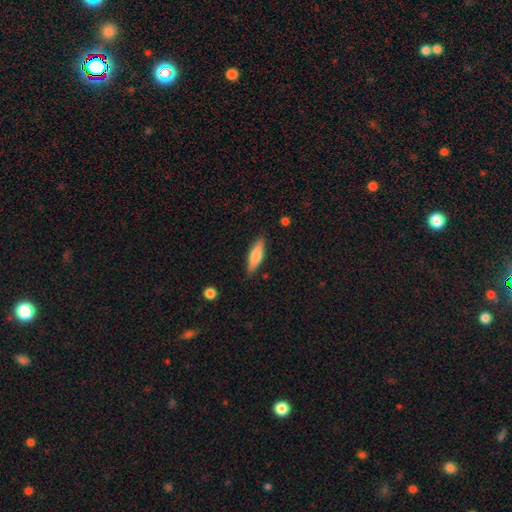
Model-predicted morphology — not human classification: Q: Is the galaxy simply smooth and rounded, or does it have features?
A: smooth — 71%.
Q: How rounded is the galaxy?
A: cigar-shaped — 58%.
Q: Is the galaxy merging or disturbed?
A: none — 86%.